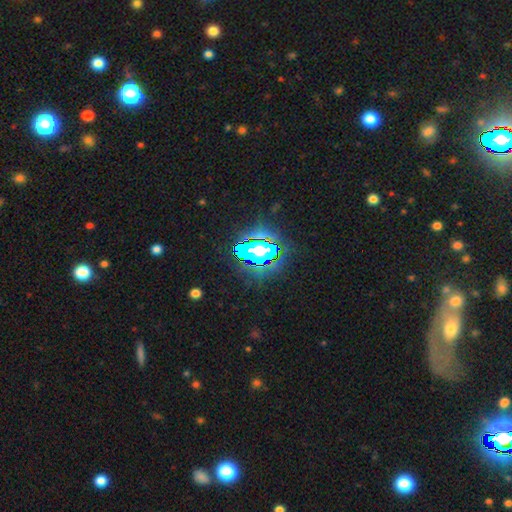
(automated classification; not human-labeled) A star or artifact, not a galaxy (77%).

Vote fractions:
- Smooth or featured? star or artifact: 77% / smooth: 13% / featured or disk: 10%